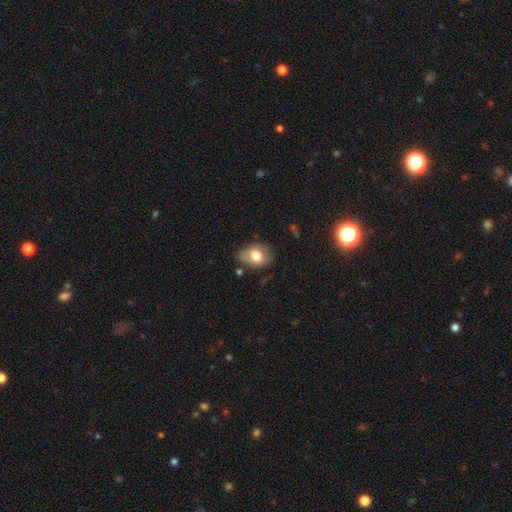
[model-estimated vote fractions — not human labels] Smooth or featured?
  - smooth: 73% *
  - featured or disk: 19%
  - star or artifact: 8%
How rounded?
  - in between: 70% *
  - round: 28%
  - cigar-shaped: 1%
Merging?
  - none: 64% *
  - minor disturbance: 26%
  - major disturbance: 6%
  - merger: 4%